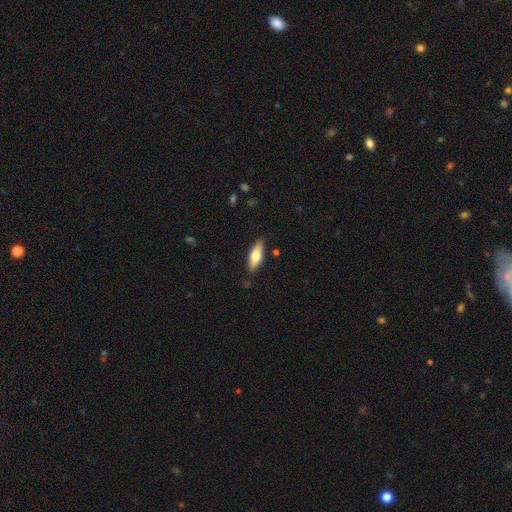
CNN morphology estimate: Smooth or featured?
  - smooth: 61% *
  - featured or disk: 33%
  - star or artifact: 6%
How rounded?
  - in between: 64% *
  - cigar-shaped: 33%
  - round: 2%
Merging?
  - none: 86% *
  - minor disturbance: 11%
  - major disturbance: 2%
  - merger: 1%